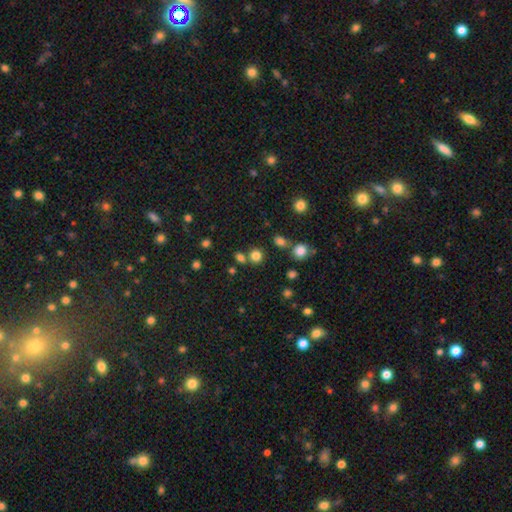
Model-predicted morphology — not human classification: This appears to be a smooth galaxy with no disk features (78%) that is round (85%). Merging: none (72%).